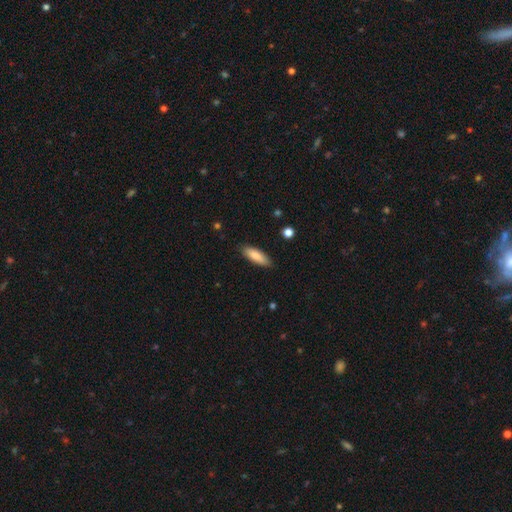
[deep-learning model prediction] Q: Smooth or featured?
A: smooth (81%); runner-up: featured or disk (13%)
Q: How rounded?
A: in between (58%); runner-up: cigar-shaped (41%)
Q: Merging?
A: none (87%); runner-up: minor disturbance (10%)